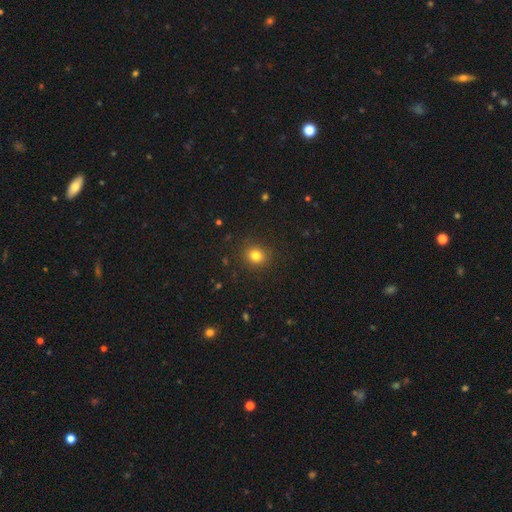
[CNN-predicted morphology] The model was most divided on "how rounded": round: 78%, in between: 21%, cigar-shaped: 1%. More confident: merging — none (89%); smooth or featured — smooth (81%).